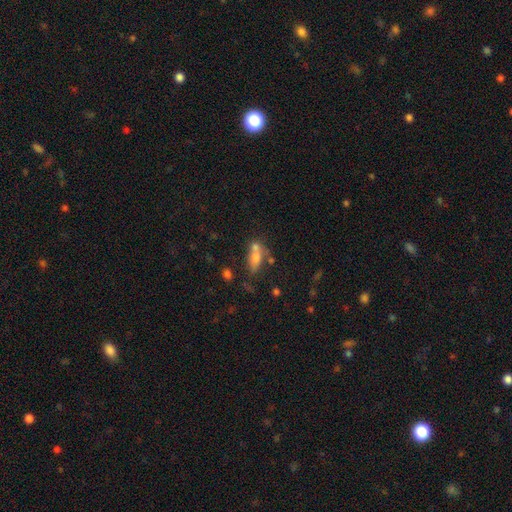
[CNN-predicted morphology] This appears to be a smooth galaxy with no disk features (68%) that is in between round and cigar-shaped (77%). Merging: merger (42%).